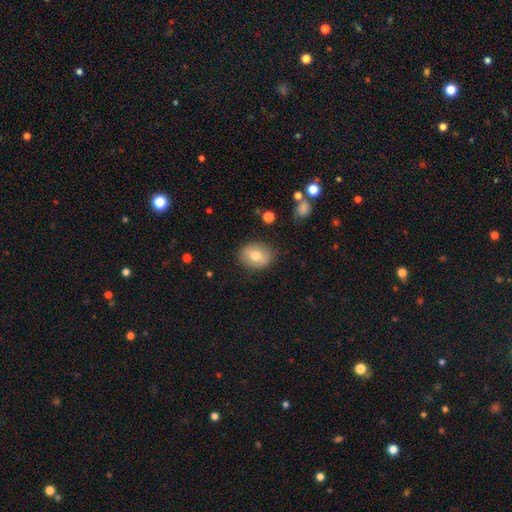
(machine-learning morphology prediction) A smooth galaxy with no disk features (72%) that is in between round and cigar-shaped (51%). Merging: none (85%).